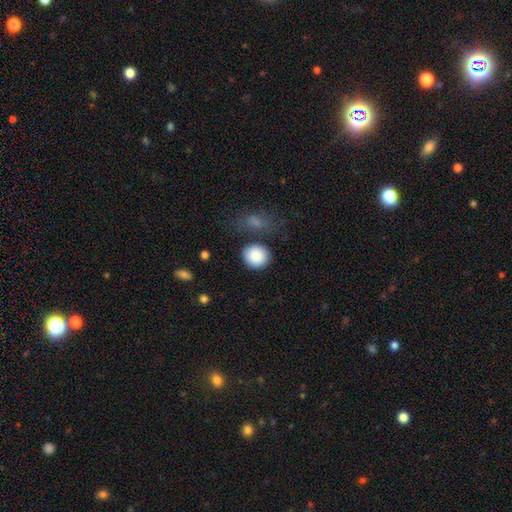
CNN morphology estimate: Overall: smooth (89%). How rounded: round (86%). Merging: none (74%).